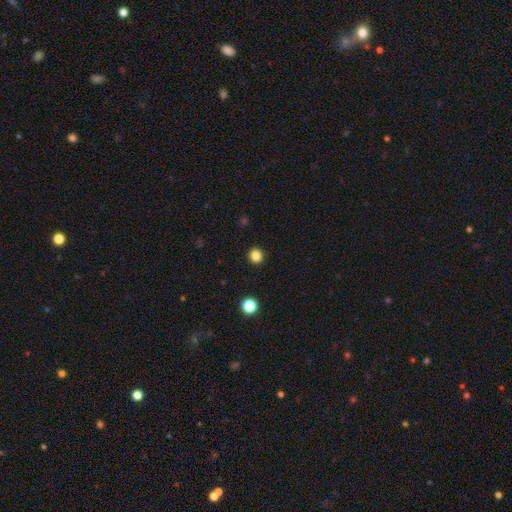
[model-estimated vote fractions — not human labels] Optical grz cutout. It shows a smooth galaxy with no disk features (84%) that is round (94%). Merging: none (93%).